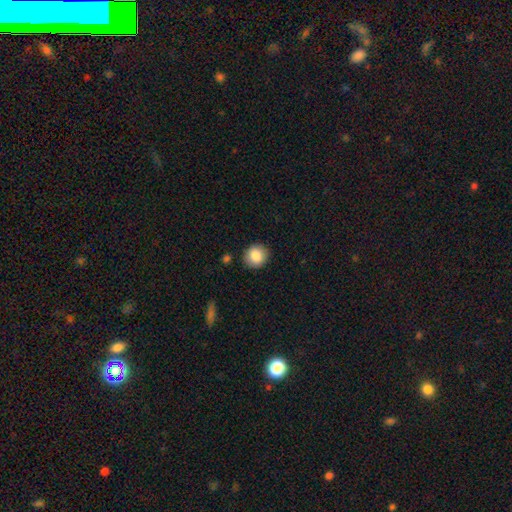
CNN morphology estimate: Q: Smooth or featured?
A: smooth (86%); runner-up: star or artifact (8%)
Q: How rounded?
A: round (86%); runner-up: in between (13%)
Q: Merging?
A: none (89%); runner-up: minor disturbance (8%)